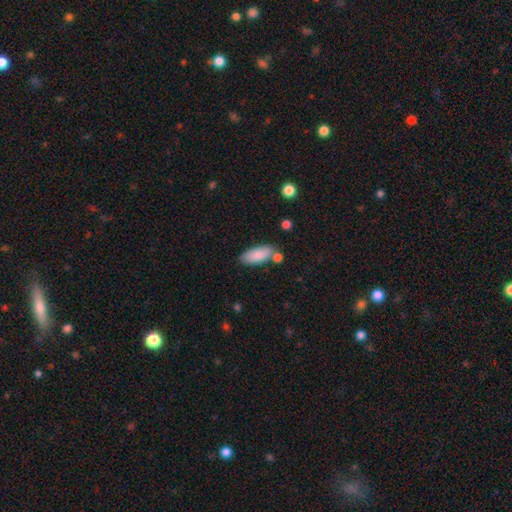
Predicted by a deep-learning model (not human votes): Smooth or featured?
  - smooth: 86% *
  - featured or disk: 8%
  - star or artifact: 6%
How rounded?
  - in between: 80% *
  - cigar-shaped: 18%
  - round: 2%
Merging?
  - none: 69% *
  - minor disturbance: 15%
  - merger: 12%
  - major disturbance: 4%